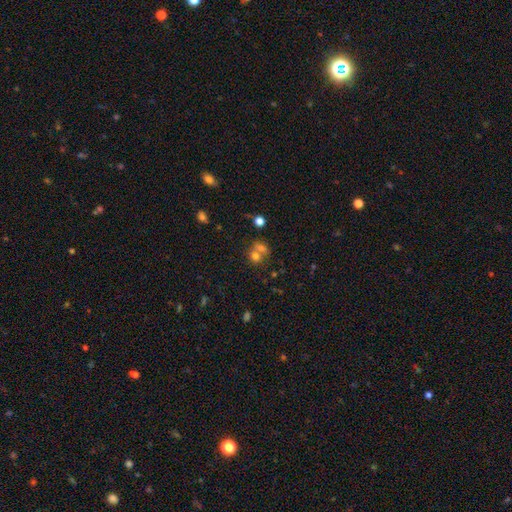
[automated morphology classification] A smooth galaxy with no disk features (68%) that is round (65%).

Vote fractions:
- Smooth or featured? smooth: 68% / star or artifact: 17% / featured or disk: 14%
- How rounded? round: 65% / in between: 34% / cigar-shaped: 1%
- Merging? merger: 55% / none: 34% / minor disturbance: 7% / major disturbance: 4%